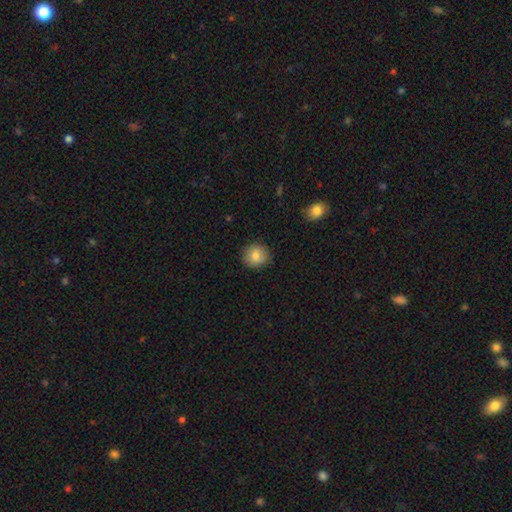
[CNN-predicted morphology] Smooth or featured?
  - smooth: 83% *
  - featured or disk: 9%
  - star or artifact: 8%
How rounded?
  - round: 82% *
  - in between: 17%
  - cigar-shaped: 1%
Merging?
  - none: 88% *
  - minor disturbance: 9%
  - major disturbance: 2%
  - merger: 1%